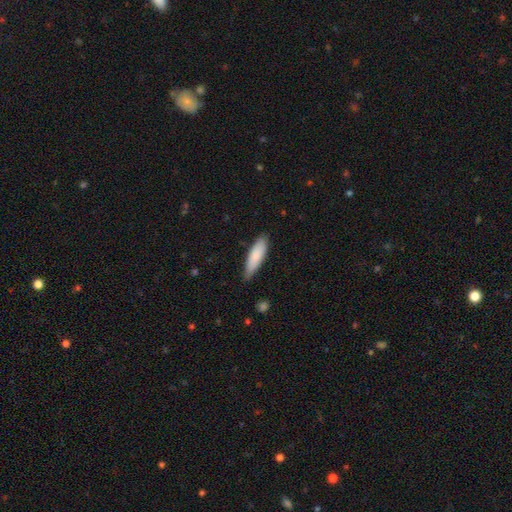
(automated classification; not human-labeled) The model was most divided on "how rounded": cigar-shaped: 53%, in between: 46%, round: 1%. More confident: smooth or featured — smooth (84%); merging — none (73%).